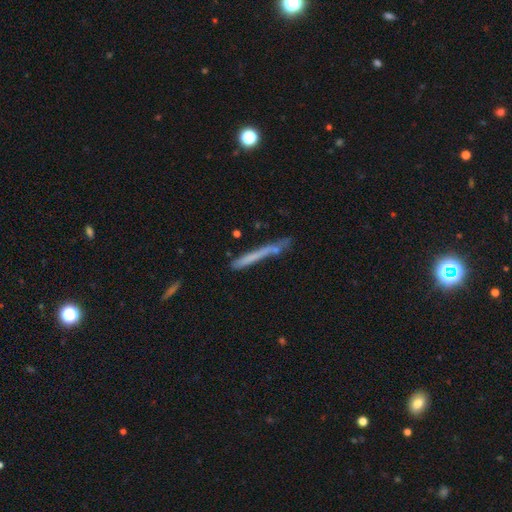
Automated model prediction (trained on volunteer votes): smooth 55%, featured or disk 36%, star or artifact 9%. Down the decision tree: how rounded — cigar-shaped (96%); merging — none (70%).